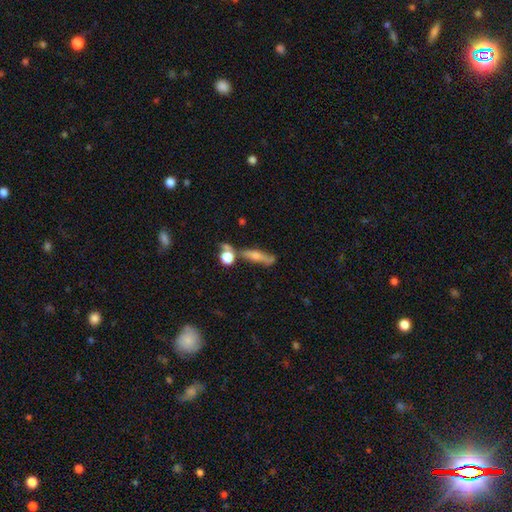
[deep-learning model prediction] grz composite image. It shows a featured or disk galaxy (48%). Merging: none (65%).